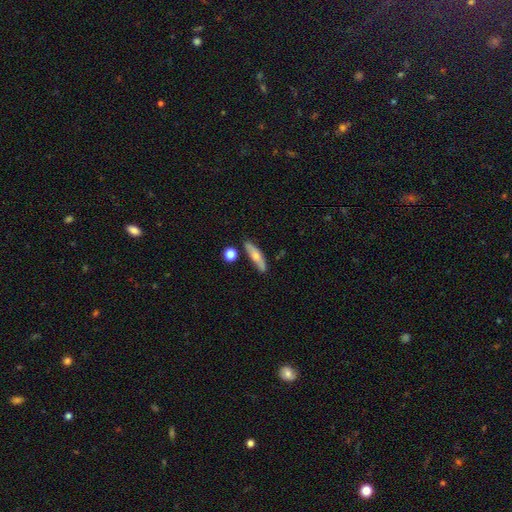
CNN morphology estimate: A smooth galaxy with no disk features (56%) that is cigar-shaped (65%). Merging: none (78%).